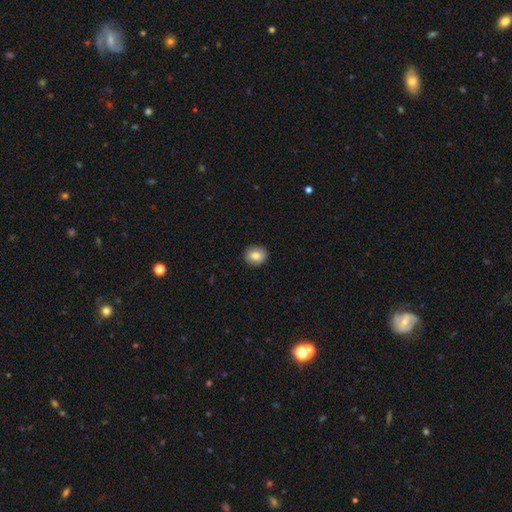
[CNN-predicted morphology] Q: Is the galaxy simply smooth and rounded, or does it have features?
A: smooth — 81%.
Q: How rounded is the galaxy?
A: round — 74%.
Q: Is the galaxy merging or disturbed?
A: none — 90%.